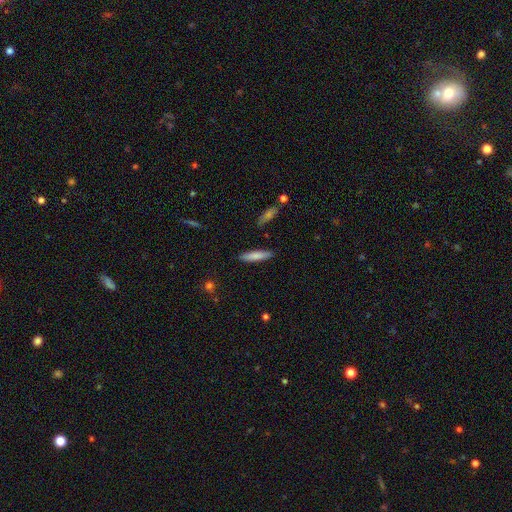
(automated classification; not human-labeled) Overall: smooth (80%). How rounded: cigar-shaped (77%). Merging: none (88%).